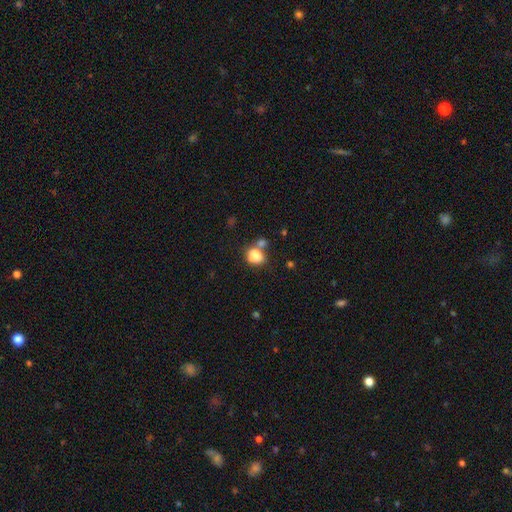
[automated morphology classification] Smooth or featured: smooth — 83% (star or artifact — 10%)
How rounded: in between — 51% (round — 47%)
Merging: none — 48% (merger — 32%)